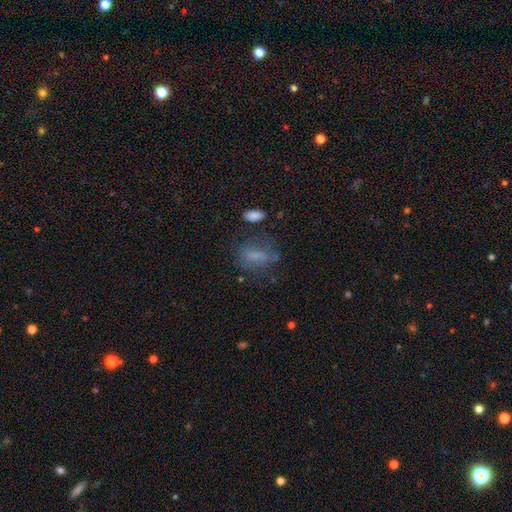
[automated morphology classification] Overall: smooth (63%). How rounded: in between (70%). Merging: none (53%; minor disturbance 21%).